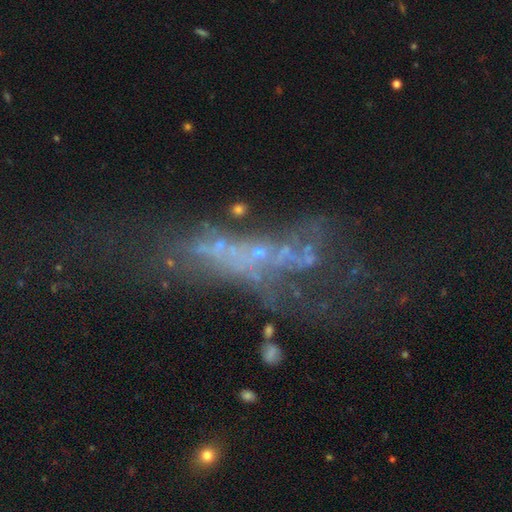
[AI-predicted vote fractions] A featured or disk galaxy (55%).

Vote fractions:
- Smooth or featured? featured or disk: 55% / star or artifact: 26% / smooth: 19%
- Edge-on disk? no: 84% / yes: 16%
- Merging? major disturbance: 35% / none: 29% / merger: 22% / minor disturbance: 14%